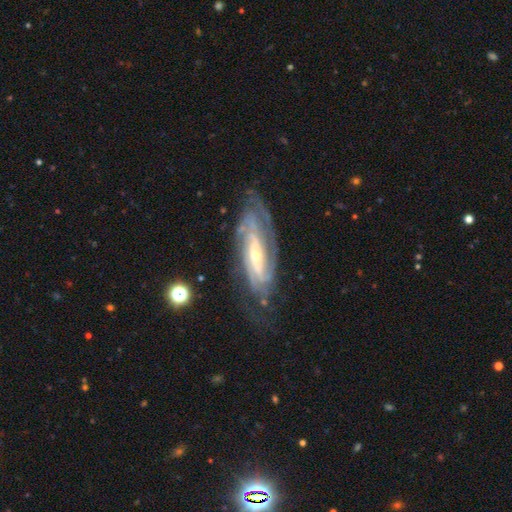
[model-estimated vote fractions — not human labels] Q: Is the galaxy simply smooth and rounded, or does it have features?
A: featured or disk — 89%.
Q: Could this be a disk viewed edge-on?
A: no — 88%.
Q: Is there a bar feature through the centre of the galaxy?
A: no — 44%.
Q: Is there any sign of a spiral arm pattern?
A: yes — 96%.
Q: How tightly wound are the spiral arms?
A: tight — 66%.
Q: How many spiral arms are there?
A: can't tell — 31%.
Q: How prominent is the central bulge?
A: small — 64%.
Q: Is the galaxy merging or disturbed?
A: none — 70%.